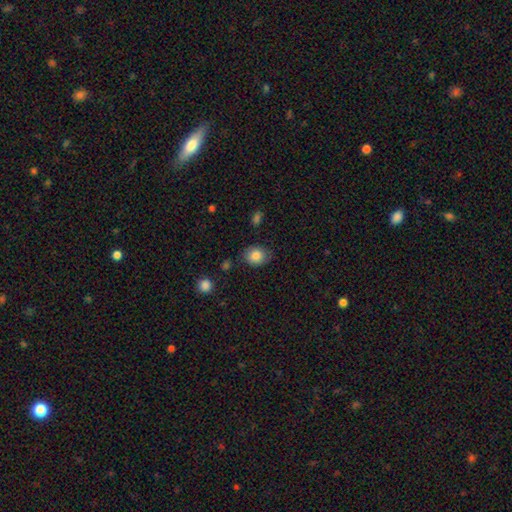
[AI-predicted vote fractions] smooth 83%, star or artifact 9%, featured or disk 9%. Down the decision tree: how rounded — round (58%); merging — none (77%).